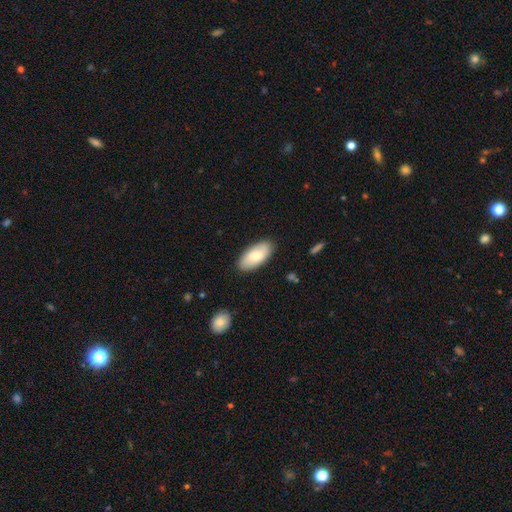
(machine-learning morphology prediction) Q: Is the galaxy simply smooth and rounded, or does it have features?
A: smooth — 76%.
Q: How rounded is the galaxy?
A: in between — 92%.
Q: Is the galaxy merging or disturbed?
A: none — 87%.